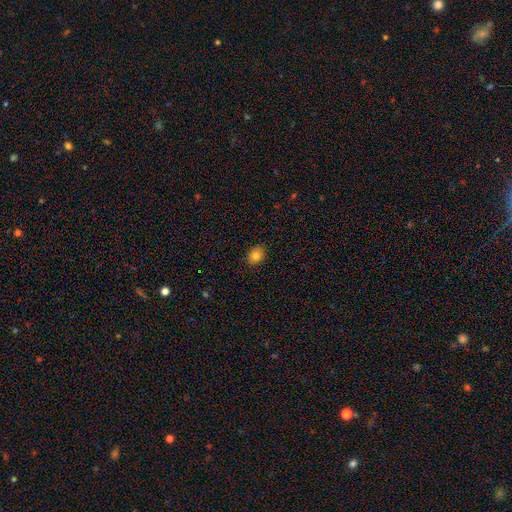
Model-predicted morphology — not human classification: Overall: smooth (82%). How rounded: in between (54%; round 45%). Merging: none (88%).